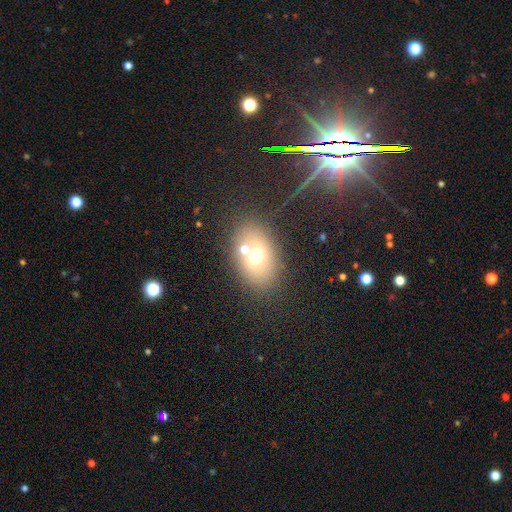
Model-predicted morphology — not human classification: A smooth galaxy with no disk features (62%) that is in between round and cigar-shaped (71%).

Vote fractions:
- Smooth or featured? smooth: 62% / featured or disk: 23% / star or artifact: 15%
- How rounded? in between: 71% / round: 28% / cigar-shaped: 1%
- Merging? none: 64% / merger: 20% / minor disturbance: 11% / major disturbance: 5%